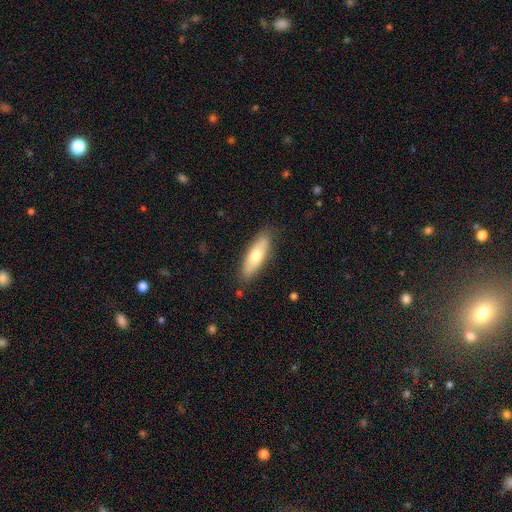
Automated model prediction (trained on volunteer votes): A smooth galaxy with no disk features (67%) that is in between round and cigar-shaped (59%). Merging: none (85%).